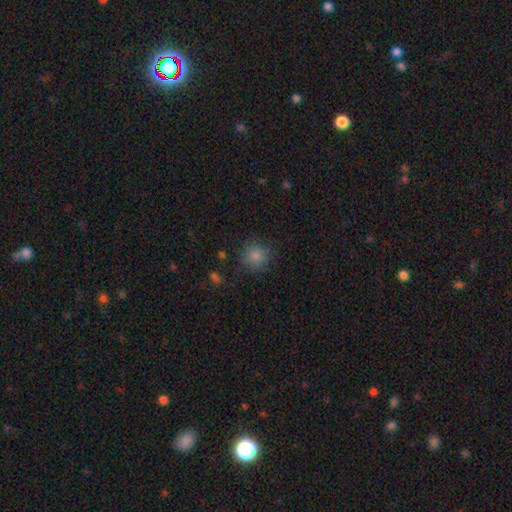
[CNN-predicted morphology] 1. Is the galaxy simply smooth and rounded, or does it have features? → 84% smooth, 11% star or artifact, 5% featured or disk.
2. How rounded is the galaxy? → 91% round, 8% in between, 1% cigar-shaped.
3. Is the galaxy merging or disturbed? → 85% none, 10% minor disturbance, 4% major disturbance, 1% merger.